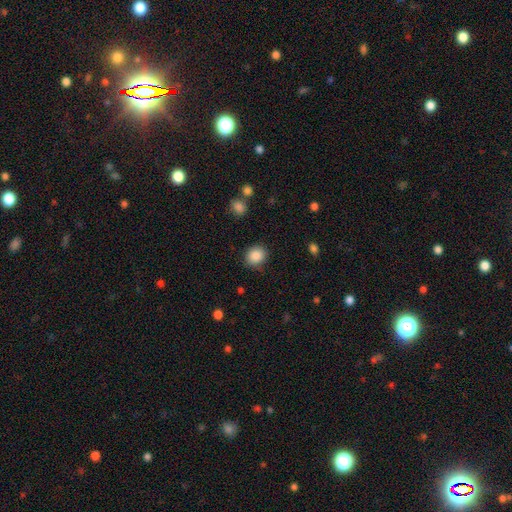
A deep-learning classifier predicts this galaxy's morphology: Smooth or featured: smooth — 88% (star or artifact — 8%)
How rounded: round — 67% (in between — 32%)
Merging: none — 85% (minor disturbance — 11%)